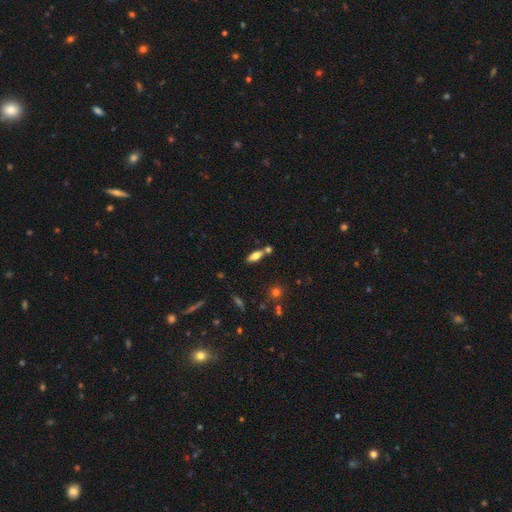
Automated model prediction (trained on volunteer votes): A smooth galaxy with no disk features (66%) that is in between round and cigar-shaped (63%).

Vote fractions:
- Smooth or featured? smooth: 66% / featured or disk: 25% / star or artifact: 9%
- How rounded? in between: 63% / cigar-shaped: 34% / round: 3%
- Merging? none: 64% / merger: 20% / minor disturbance: 12% / major disturbance: 4%